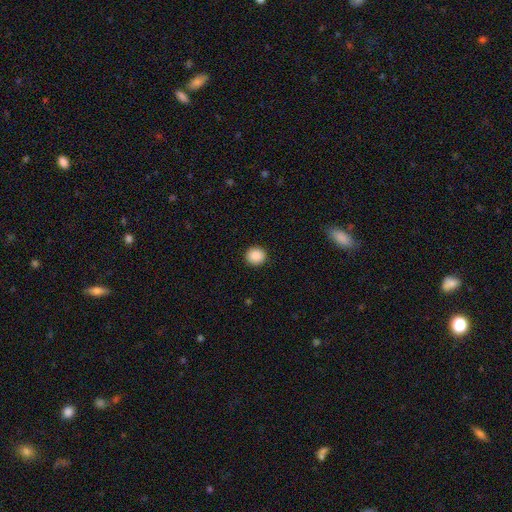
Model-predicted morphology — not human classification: smooth 89%, star or artifact 8%, featured or disk 3%. Down the decision tree: how rounded — round (92%); merging — none (92%).